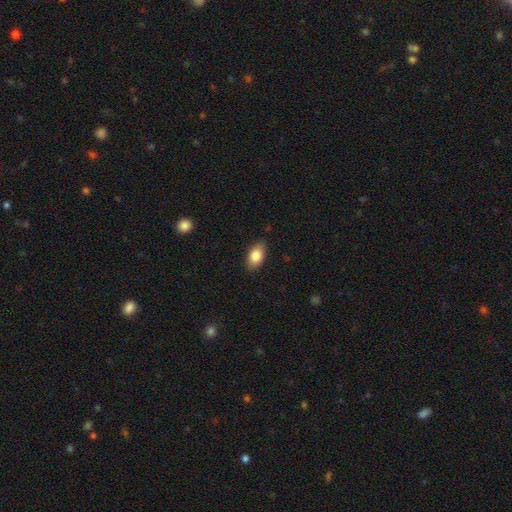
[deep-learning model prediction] Smooth or featured?
  - smooth: 84% *
  - featured or disk: 9%
  - star or artifact: 7%
How rounded?
  - in between: 91% *
  - round: 6%
  - cigar-shaped: 3%
Merging?
  - none: 86% *
  - minor disturbance: 11%
  - major disturbance: 2%
  - merger: 1%